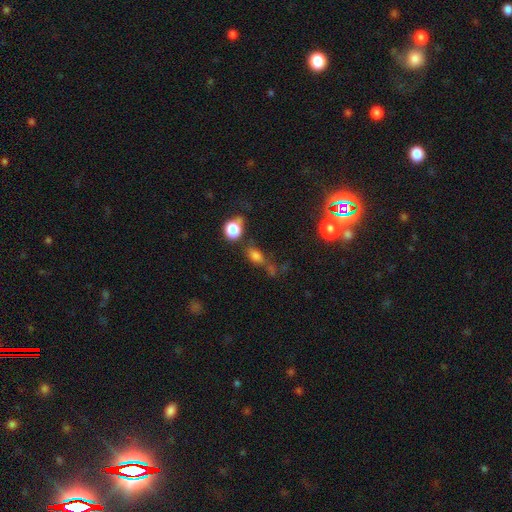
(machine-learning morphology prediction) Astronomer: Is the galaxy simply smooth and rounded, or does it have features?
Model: smooth — 68%.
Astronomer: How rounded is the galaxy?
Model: in between — 66%.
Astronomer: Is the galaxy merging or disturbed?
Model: none — 45% (runner-up: merger, 21%).